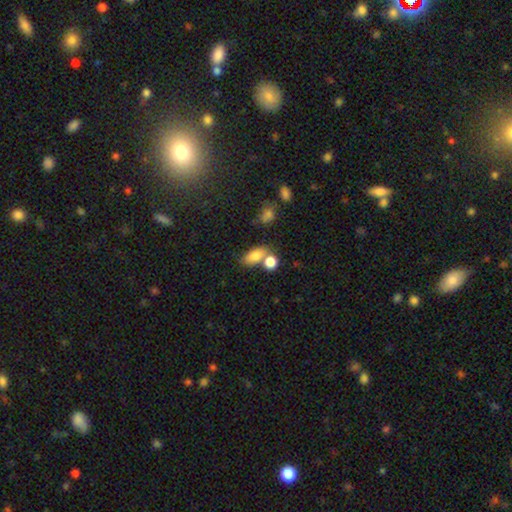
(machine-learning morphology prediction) This is clearly a smooth galaxy (81%). How rounded: clearly in between (82%). Merging: possibly none (51%).